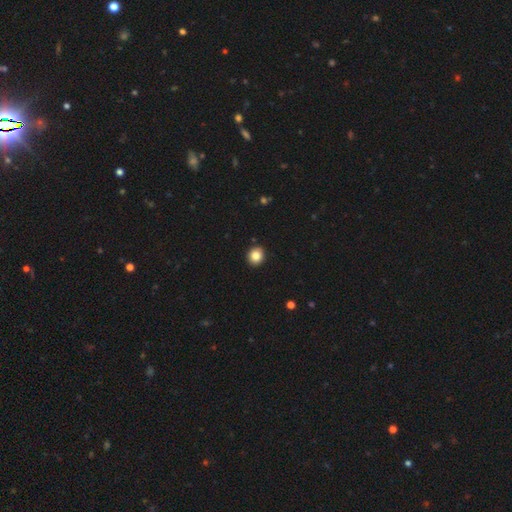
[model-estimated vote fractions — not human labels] Morphology: type=smooth (84%); roundness=round (79%); merging=none (92%).